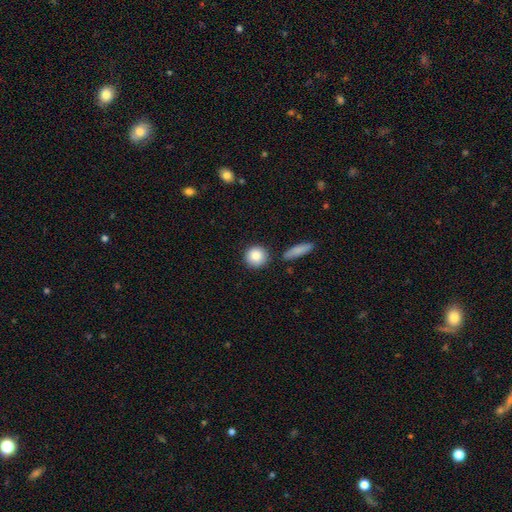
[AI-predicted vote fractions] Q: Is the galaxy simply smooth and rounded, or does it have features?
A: smooth — 86%.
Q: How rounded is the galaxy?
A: round — 91%.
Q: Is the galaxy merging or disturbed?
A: none — 84%.